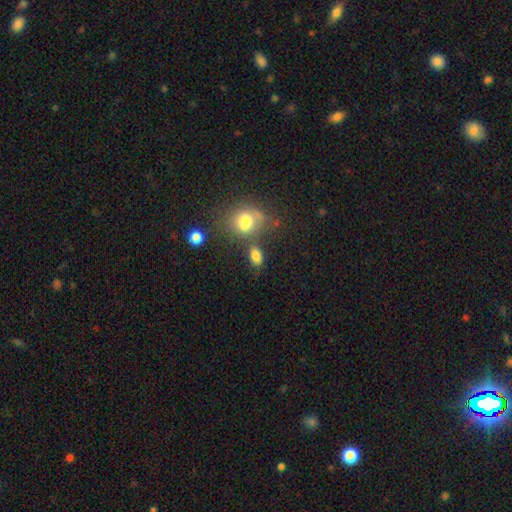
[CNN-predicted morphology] Q: Smooth or featured?
A: smooth (81%); runner-up: star or artifact (12%)
Q: How rounded?
A: in between (80%); runner-up: round (17%)
Q: Merging?
A: none (66%); runner-up: merger (14%)